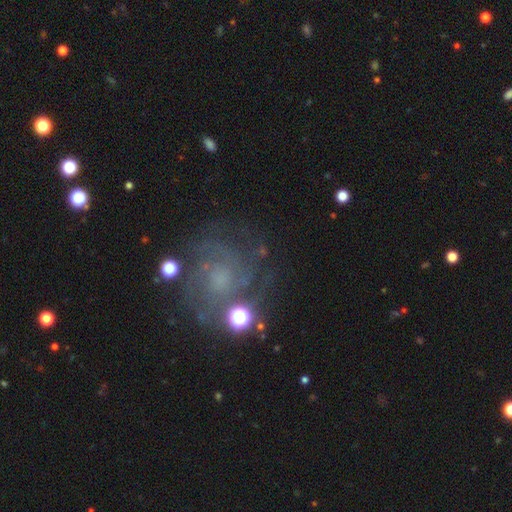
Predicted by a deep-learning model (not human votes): This appears to be a featured or disk galaxy (66%) with no bar (72%), tight (53%) spiral arms (85%) and a small central bulge (39%). Merging: none (69%).